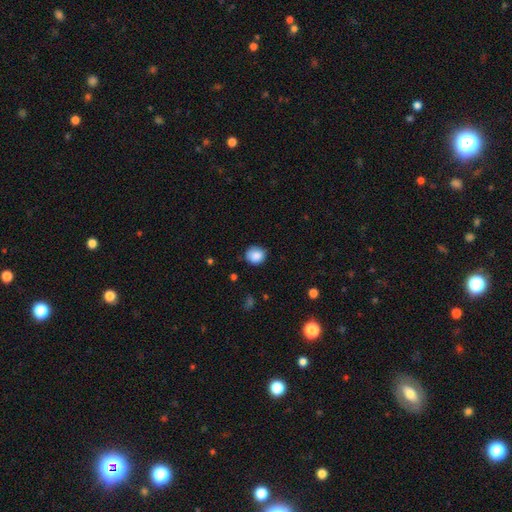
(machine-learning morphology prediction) Q: Smooth or featured?
A: smooth (87%); runner-up: star or artifact (9%)
Q: How rounded?
A: round (82%); runner-up: in between (17%)
Q: Merging?
A: none (76%); runner-up: minor disturbance (19%)